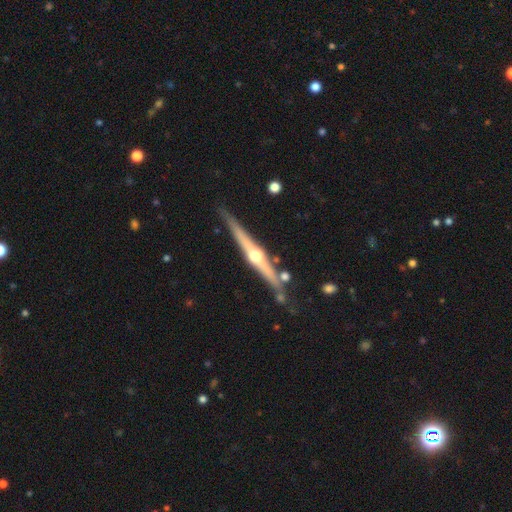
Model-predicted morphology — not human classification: The model was most divided on "smooth or featured": featured or disk: 79%, smooth: 16%, star or artifact: 5%. More confident: edge-on disk — yes (98%); edge-on bulge — rounded (94%); merging — none (80%).